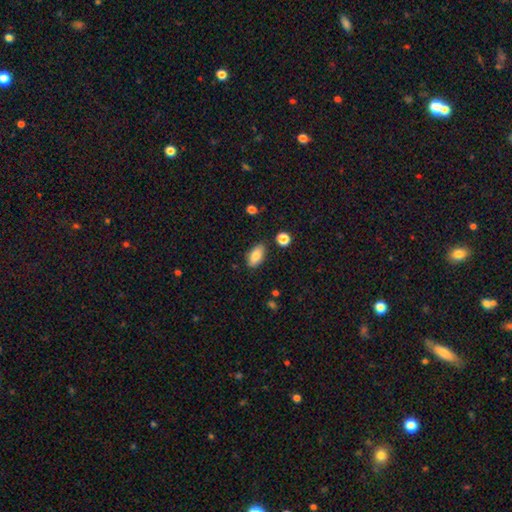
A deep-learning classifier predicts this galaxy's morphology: A smooth galaxy with no disk features (82%) that is in between round and cigar-shaped (90%).

Vote fractions:
- Smooth or featured? smooth: 82% / featured or disk: 10% / star or artifact: 8%
- How rounded? in between: 90% / cigar-shaped: 6% / round: 4%
- Merging? none: 84% / minor disturbance: 11% / merger: 3% / major disturbance: 2%